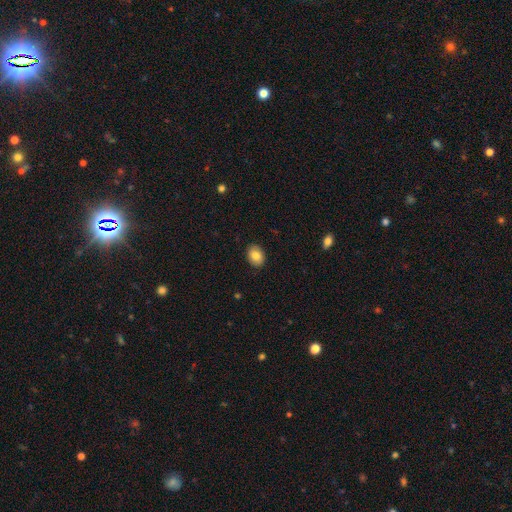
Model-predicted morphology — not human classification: Smooth or featured? smooth (83%)
How rounded? in between (61%)
Merging? none (90%)